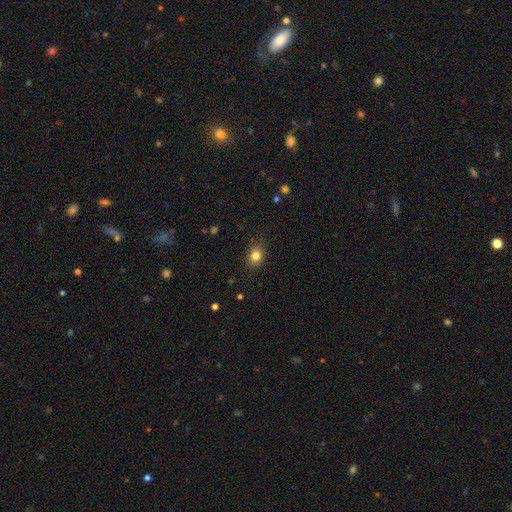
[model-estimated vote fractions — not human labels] This is clearly a smooth galaxy (81%). How rounded: possibly round (55%). Merging: clearly none (83%).